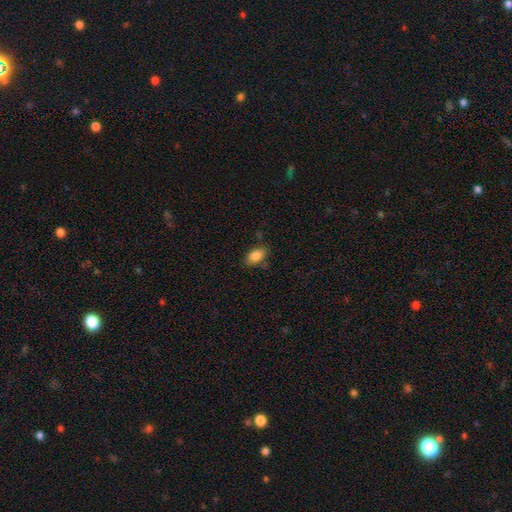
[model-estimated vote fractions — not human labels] Morphology: type=smooth (85%); roundness=in between (89%); merging=none (76%).